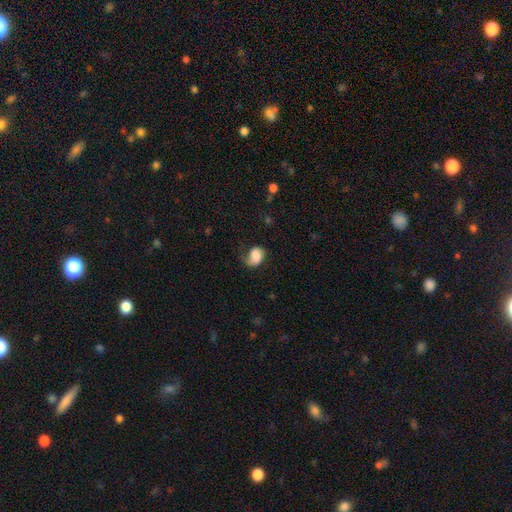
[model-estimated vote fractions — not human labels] A smooth galaxy with no disk features (65%) that is in between round and cigar-shaped (68%).

Vote fractions:
- Smooth or featured? smooth: 65% / featured or disk: 26% / star or artifact: 8%
- How rounded? in between: 68% / round: 31% / cigar-shaped: 1%
- Merging? none: 34% (tied) / major disturbance: 34% (tied) / minor disturbance: 30% / merger: 3%